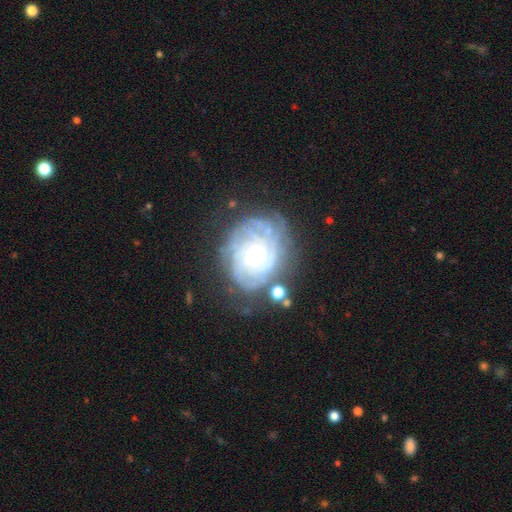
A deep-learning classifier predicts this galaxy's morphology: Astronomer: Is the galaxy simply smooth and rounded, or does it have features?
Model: featured or disk — 85%.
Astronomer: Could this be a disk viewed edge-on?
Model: no — 97%.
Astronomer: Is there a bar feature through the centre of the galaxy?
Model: no — 79%.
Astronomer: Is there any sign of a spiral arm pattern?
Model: yes — 94%.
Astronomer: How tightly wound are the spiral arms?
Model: tight — 76%.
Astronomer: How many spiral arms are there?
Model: can't tell — 41% (runner-up: 3, 16%).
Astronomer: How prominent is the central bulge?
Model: moderate — 69%.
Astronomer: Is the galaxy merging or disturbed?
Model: none — 68%.